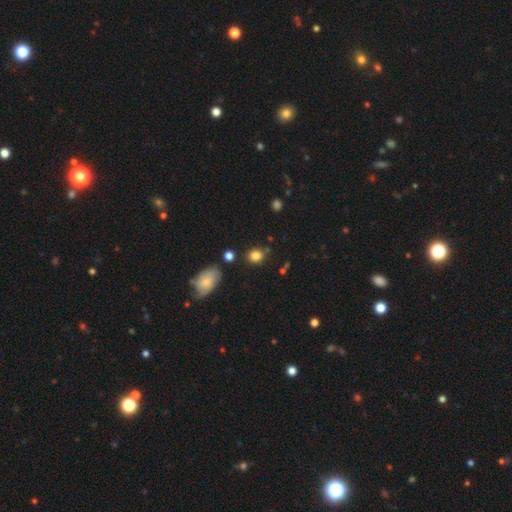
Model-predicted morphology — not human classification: A smooth galaxy with no disk features (83%) that is round (71%).

Vote fractions:
- Smooth or featured? smooth: 83% / star or artifact: 10% / featured or disk: 6%
- How rounded? round: 71% / in between: 27% / cigar-shaped: 1%
- Merging? none: 79% / minor disturbance: 12% / merger: 6% / major disturbance: 3%